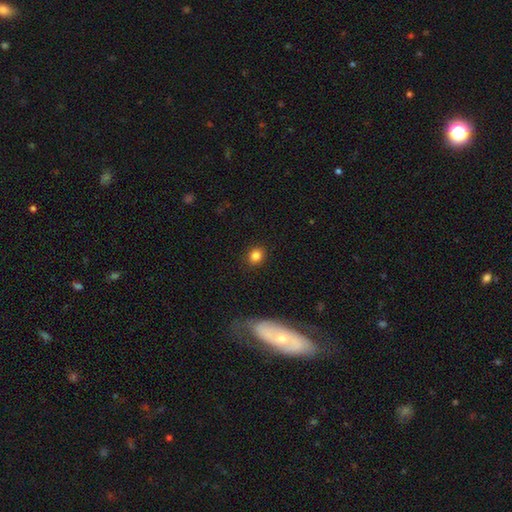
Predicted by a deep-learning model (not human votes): A smooth galaxy with no disk features (83%) that is round (72%). Merging: none (90%).